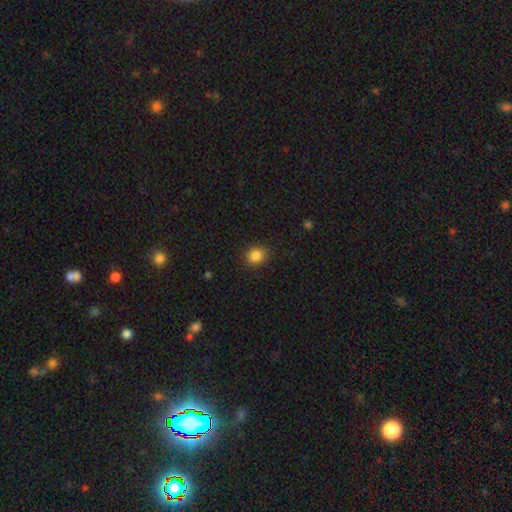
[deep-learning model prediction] Smooth or featured? Predicted: smooth (p=0.86). How rounded? Predicted: round (p=0.78). Merging? Predicted: none (p=0.89).